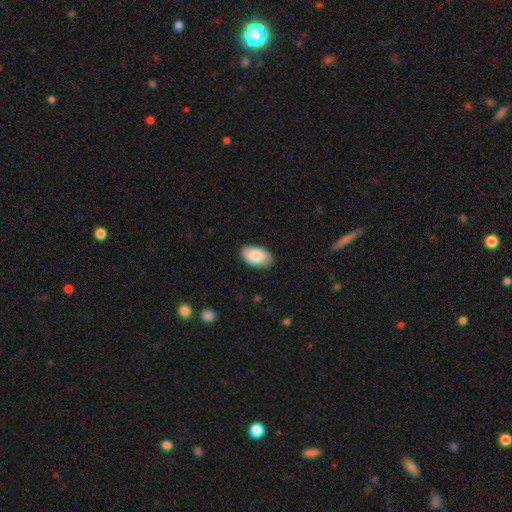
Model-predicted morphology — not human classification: The model was most divided on "merging": none: 87%, minor disturbance: 10%, major disturbance: 2%, merger: 1%. More confident: how rounded — in between (95%); smooth or featured — smooth (88%).